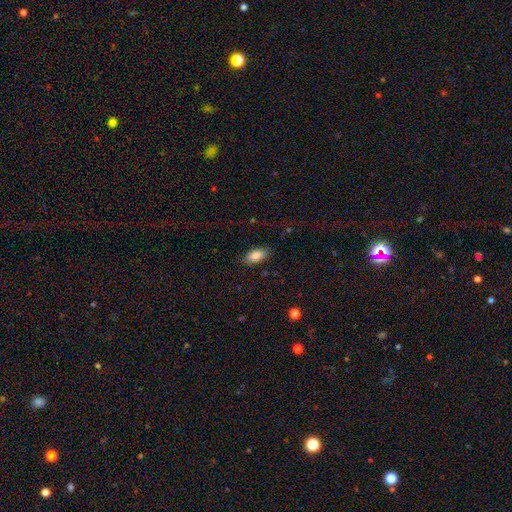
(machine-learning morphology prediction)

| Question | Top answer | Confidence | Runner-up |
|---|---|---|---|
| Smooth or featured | smooth | 85% | featured or disk (8%) |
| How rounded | in between | 91% | cigar-shaped (5%) |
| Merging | none | 85% | minor disturbance (12%) |